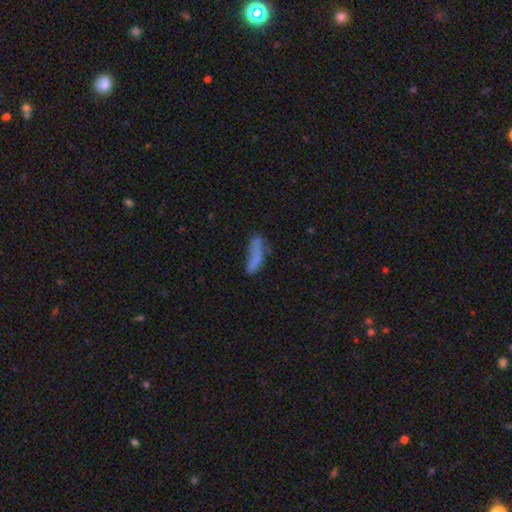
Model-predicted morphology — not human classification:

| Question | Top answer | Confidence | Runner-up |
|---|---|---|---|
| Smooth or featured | smooth | 70% | featured or disk (18%) |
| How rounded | cigar-shaped | 58% | in between (39%) |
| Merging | none | 44% | minor disturbance (25%) |